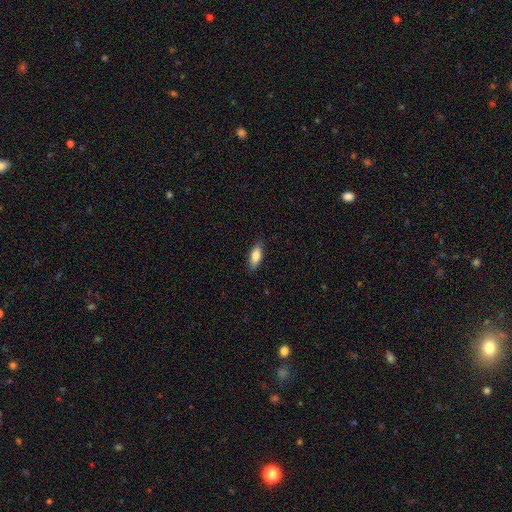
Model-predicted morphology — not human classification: This appears to be a smooth galaxy with no disk features (80%) that is in between round and cigar-shaped (75%). Merging: none (86%).